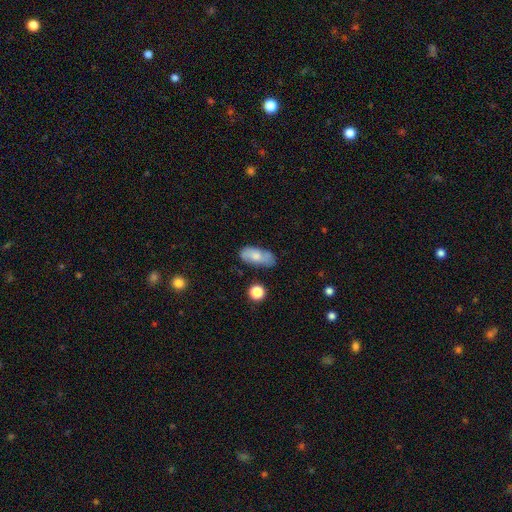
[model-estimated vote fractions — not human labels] A smooth galaxy with no disk features (63%) that is in between round and cigar-shaped (86%).

Vote fractions:
- Smooth or featured? smooth: 63% / featured or disk: 29% / star or artifact: 8%
- How rounded? in between: 86% / cigar-shaped: 9% / round: 4%
- Merging? none: 66% / minor disturbance: 24% / major disturbance: 6% / merger: 4%